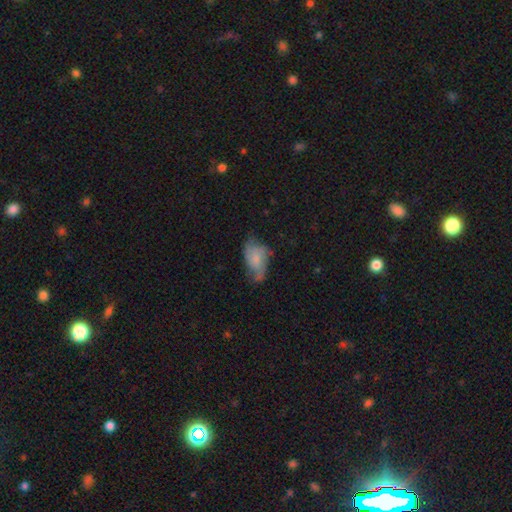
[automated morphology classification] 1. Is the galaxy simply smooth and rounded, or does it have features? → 48% smooth, 44% featured or disk, 8% star or artifact.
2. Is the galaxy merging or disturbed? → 39% none, 34% minor disturbance, 23% major disturbance, 3% merger.